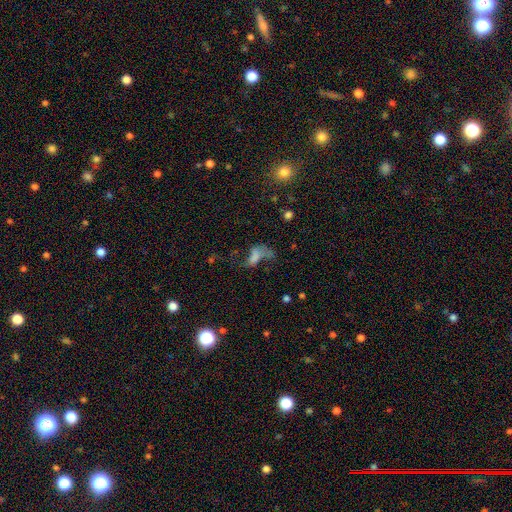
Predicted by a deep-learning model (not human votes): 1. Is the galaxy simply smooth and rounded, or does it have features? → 54% smooth, 27% featured or disk, 18% star or artifact.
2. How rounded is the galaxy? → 85% in between, 8% cigar-shaped, 7% round.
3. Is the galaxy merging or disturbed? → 46% major disturbance, 21% none, 17% merger, 16% minor disturbance.